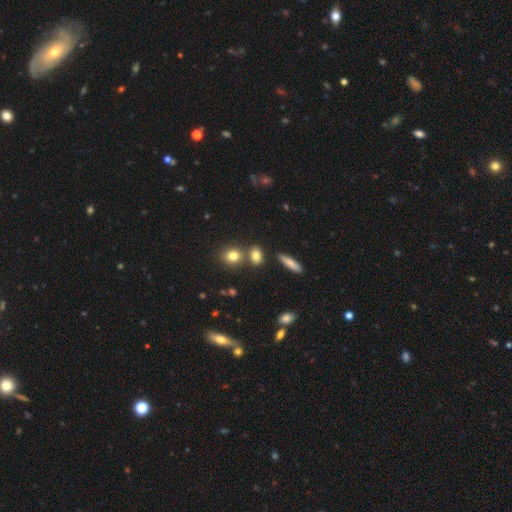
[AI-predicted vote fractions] A smooth galaxy with no disk features (79%) that is in between round and cigar-shaped (48%).

Vote fractions:
- Smooth or featured? smooth: 79% / star or artifact: 12% / featured or disk: 9%
- How rounded? in between: 48% / round: 46% / cigar-shaped: 7%
- Merging? none: 67% / merger: 20% / minor disturbance: 10% / major disturbance: 3%